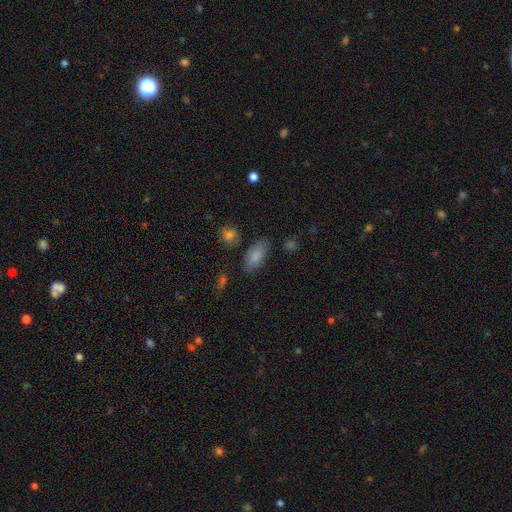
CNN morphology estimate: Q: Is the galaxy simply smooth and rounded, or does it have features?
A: smooth — 84%.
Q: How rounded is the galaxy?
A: in between — 91%.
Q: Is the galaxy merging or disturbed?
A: none — 79%.